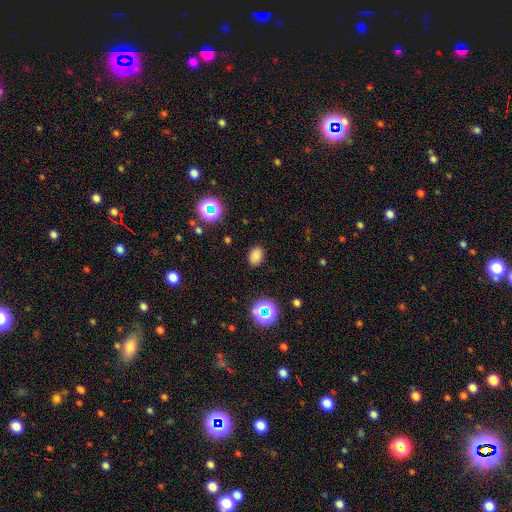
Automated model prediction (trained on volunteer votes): smooth 80%, star or artifact 15%, featured or disk 5%. Down the decision tree: how rounded — in between (76%); merging — none (87%).